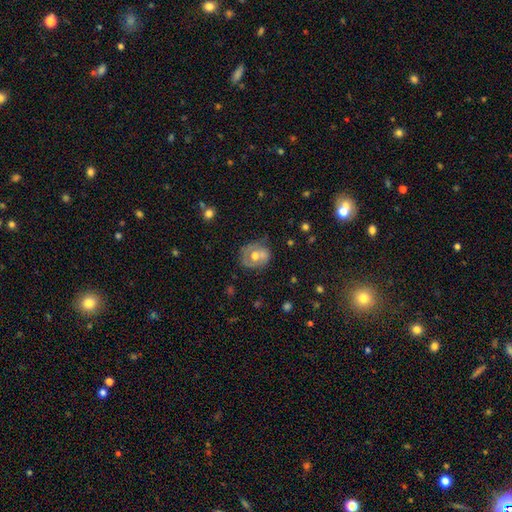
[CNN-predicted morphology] This is possibly a featured or disk galaxy (53%). It is clearly not viewed edge-on (96%). Bar: likely no (67%). Spiral arm pattern: possibly no (55%). Central bulge: likely moderate (75%). Merging: possibly none (57%).